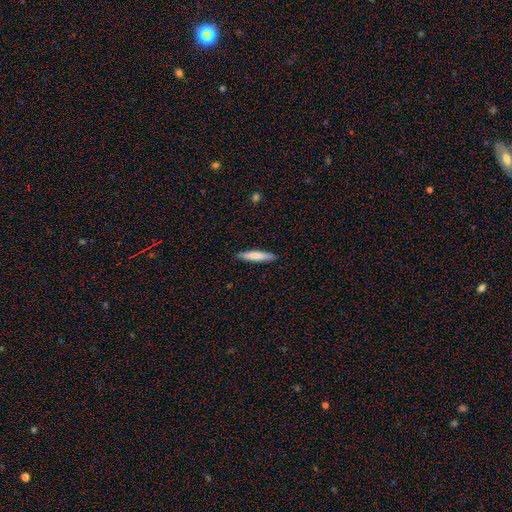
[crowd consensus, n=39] Volunteers were most divided on "smooth or featured": smooth: 74%, featured or disk: 23%, star or artifact: 3%. More confident: merging — none (87%); how rounded — cigar-shaped (83%).